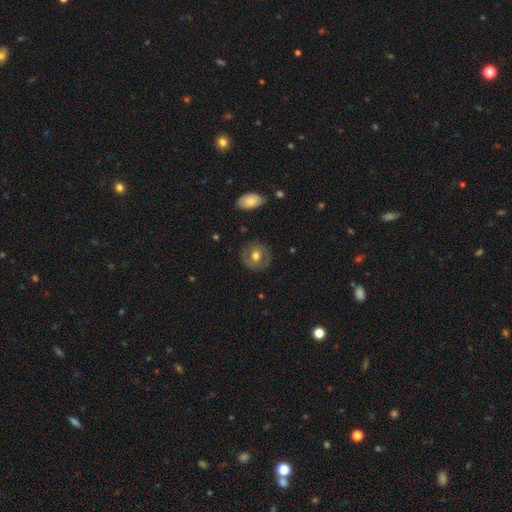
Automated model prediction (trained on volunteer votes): smooth-or-featured: featured or disk: 49% | smooth: 45% | star or artifact: 7%
  merging: none: 82% | minor disturbance: 12% | major disturbance: 4% | merger: 1%